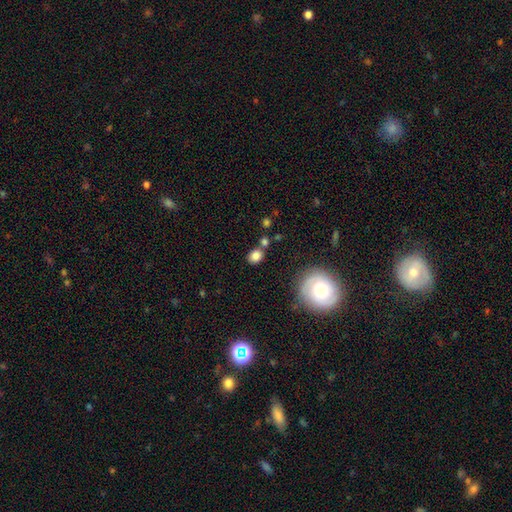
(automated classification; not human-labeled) A smooth galaxy with no disk features (81%) that is round (53%). Merging: none (68%).